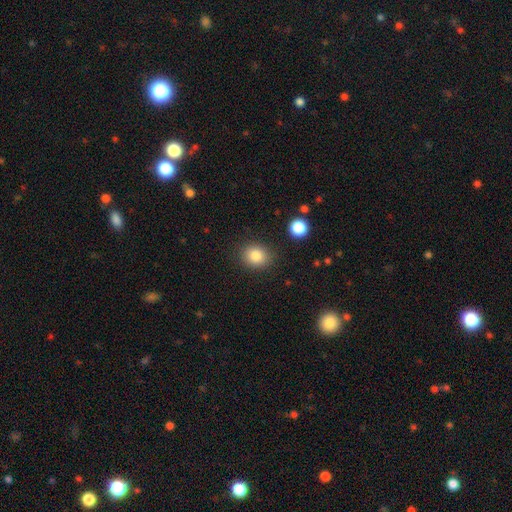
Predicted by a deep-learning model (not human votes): This is clearly a smooth galaxy (84%). How rounded: likely round (70%). Merging: clearly none (86%).